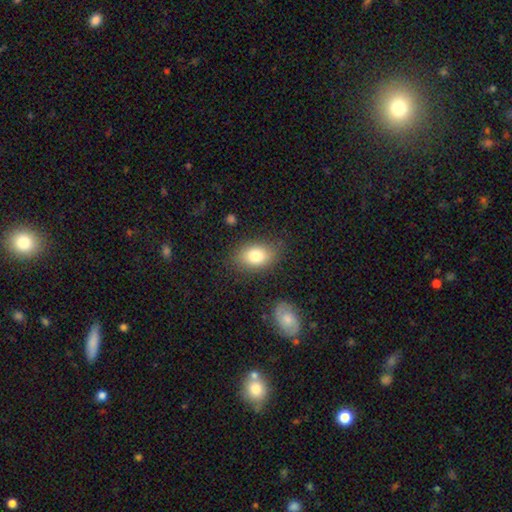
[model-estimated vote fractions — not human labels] Smooth or featured?
  - smooth: 79% *
  - featured or disk: 13%
  - star or artifact: 9%
How rounded?
  - in between: 83% *
  - round: 16%
  - cigar-shaped: 2%
Merging?
  - none: 81% *
  - minor disturbance: 13%
  - major disturbance: 4%
  - merger: 2%